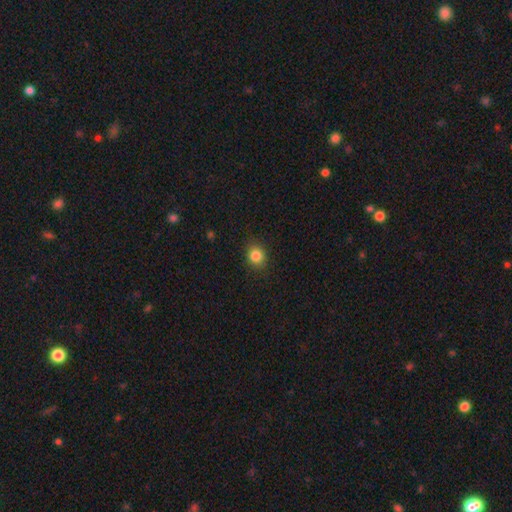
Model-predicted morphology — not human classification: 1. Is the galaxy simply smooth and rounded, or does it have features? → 85% smooth, 11% star or artifact, 5% featured or disk.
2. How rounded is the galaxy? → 69% round, 30% in between, 1% cigar-shaped.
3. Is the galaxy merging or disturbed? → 86% none, 10% minor disturbance, 3% major disturbance, 1% merger.